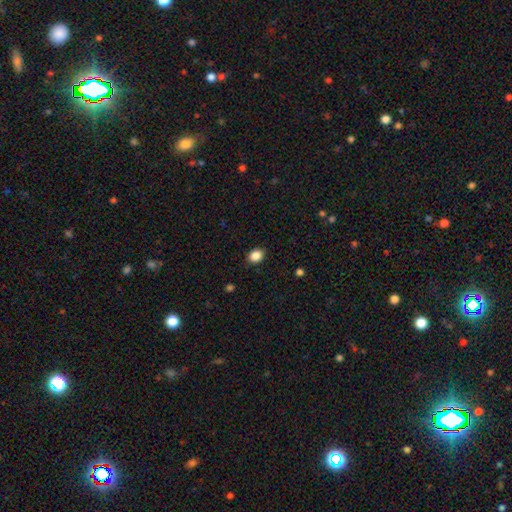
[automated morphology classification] A smooth galaxy with no disk features (87%) that is in between round and cigar-shaped (58%). Merging: none (88%).